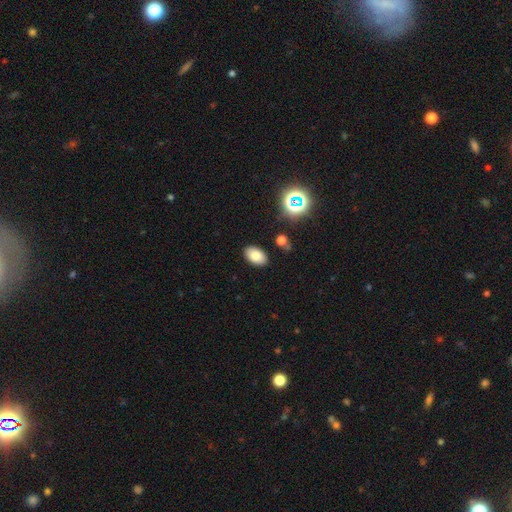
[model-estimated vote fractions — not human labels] A smooth galaxy with no disk features (81%) that is in between round and cigar-shaped (92%).

Vote fractions:
- Smooth or featured? smooth: 81% / star or artifact: 11% / featured or disk: 8%
- How rounded? in between: 92% / round: 7% / cigar-shaped: 1%
- Merging? none: 87% / minor disturbance: 9% / major disturbance: 2% / merger: 2%